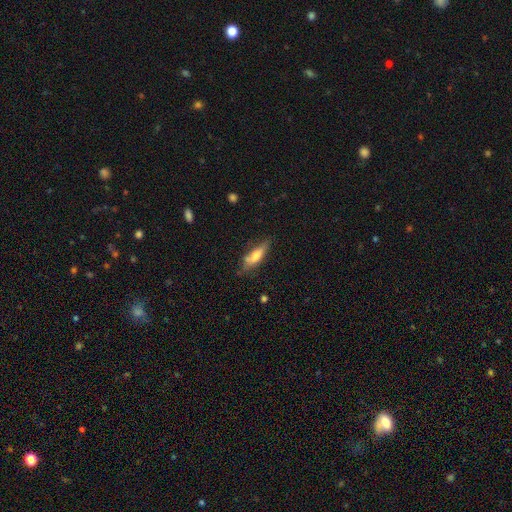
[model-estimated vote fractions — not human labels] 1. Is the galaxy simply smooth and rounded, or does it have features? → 60% smooth, 33% featured or disk, 7% star or artifact.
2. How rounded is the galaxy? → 55% cigar-shaped, 43% in between, 2% round.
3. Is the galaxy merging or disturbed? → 58% none, 28% minor disturbance, 8% major disturbance, 6% merger.